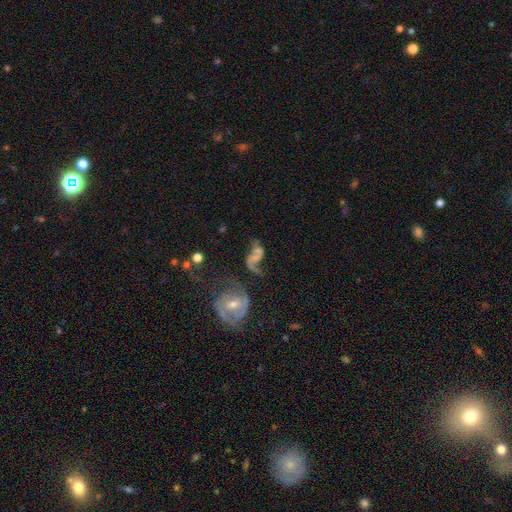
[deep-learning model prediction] This appears to be a featured or disk galaxy (60%) with no bar (58%), spiral arms (72%) and no central bulge (40%). Merging: merger (34%).